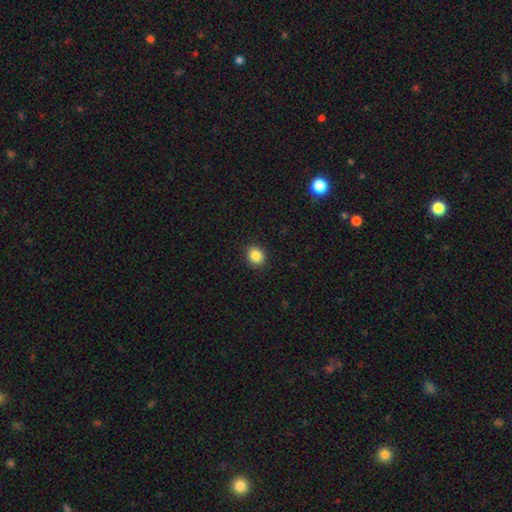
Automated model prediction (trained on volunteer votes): Morphology: type=smooth (86%); roundness=round (76%); merging=none (91%).